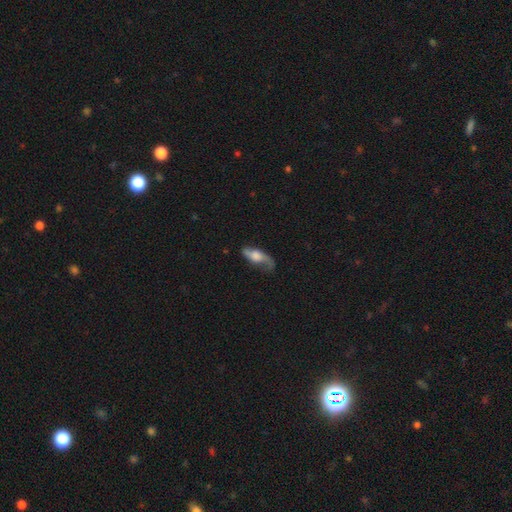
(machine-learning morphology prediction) Q: Smooth or featured?
A: featured or disk (60%); runner-up: smooth (33%)
Q: Edge-on disk?
A: no (77%); runner-up: yes (23%)
Q: Merging?
A: none (58%); runner-up: minor disturbance (24%)